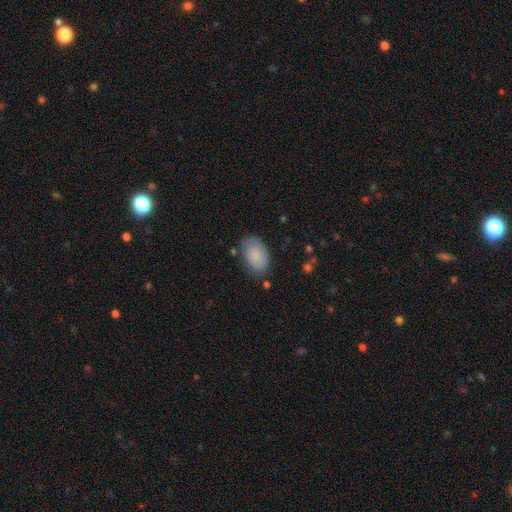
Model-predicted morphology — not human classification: This is clearly a smooth galaxy (81%). How rounded: clearly in between (91%). Merging: likely none (72%).